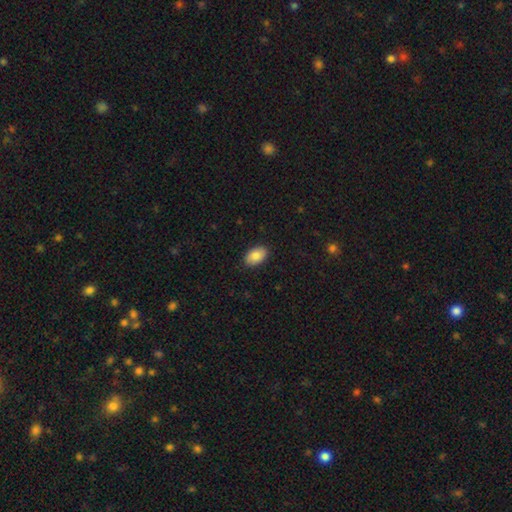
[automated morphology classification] type=smooth (86%); roundness=in between (92%); merging=none (88%).